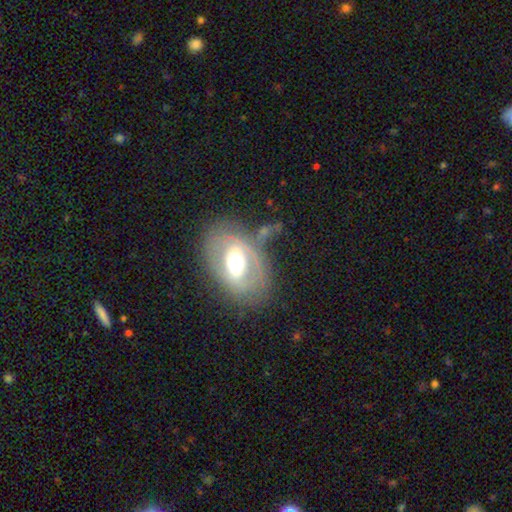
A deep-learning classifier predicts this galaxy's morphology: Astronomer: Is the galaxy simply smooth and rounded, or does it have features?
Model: featured or disk — 53% (runner-up: smooth, 35%).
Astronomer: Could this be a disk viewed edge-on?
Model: no — 87%.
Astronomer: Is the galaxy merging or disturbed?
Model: none — 73%.